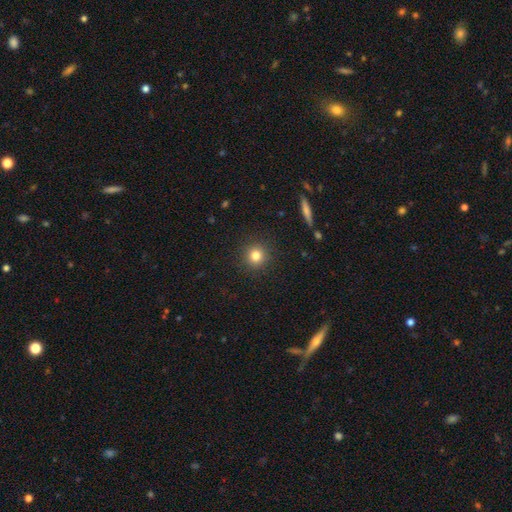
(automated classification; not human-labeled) Q: Smooth or featured?
A: smooth (81%); runner-up: star or artifact (12%)
Q: How rounded?
A: round (95%); runner-up: in between (4%)
Q: Merging?
A: none (92%); runner-up: minor disturbance (5%)